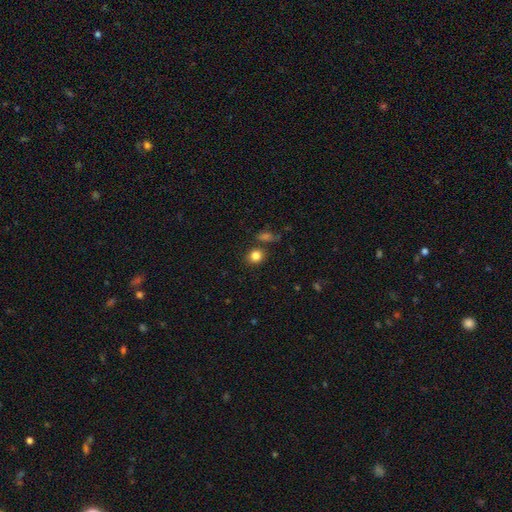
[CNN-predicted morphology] Smooth or featured?
  - smooth: 83% *
  - star or artifact: 11%
  - featured or disk: 5%
How rounded?
  - round: 77% *
  - in between: 22%
  - cigar-shaped: 1%
Merging?
  - none: 78% *
  - minor disturbance: 11%
  - merger: 8%
  - major disturbance: 3%